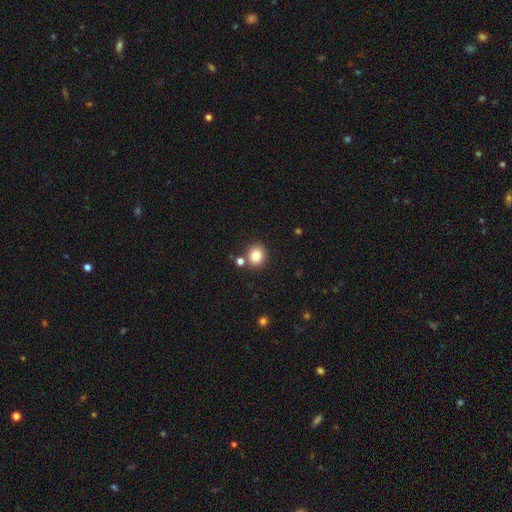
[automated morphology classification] Q: Smooth or featured?
A: smooth (84%); runner-up: star or artifact (10%)
Q: How rounded?
A: round (80%); runner-up: in between (19%)
Q: Merging?
A: none (79%); runner-up: merger (10%)